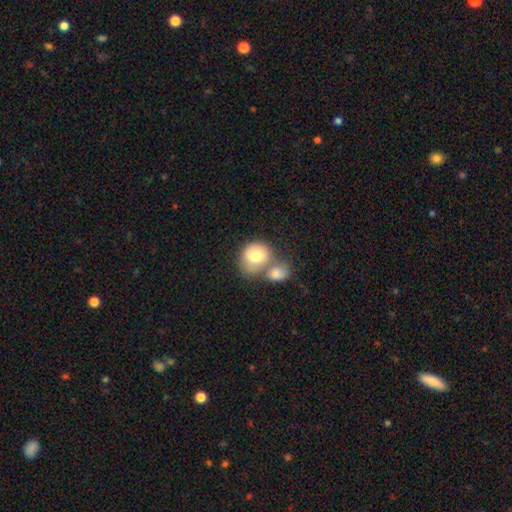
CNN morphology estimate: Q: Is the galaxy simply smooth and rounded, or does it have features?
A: smooth — 76%.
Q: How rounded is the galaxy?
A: round — 63%.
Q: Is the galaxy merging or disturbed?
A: merger — 53%.